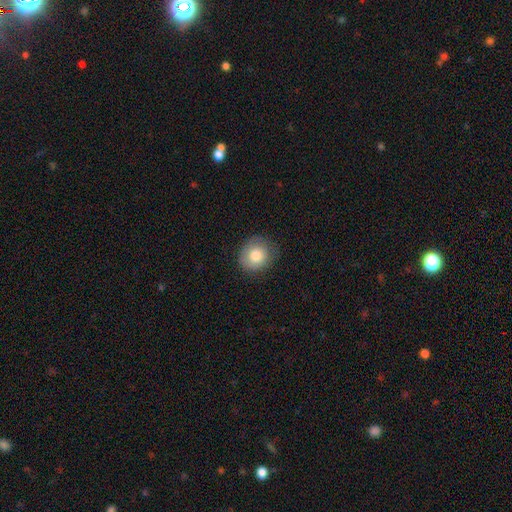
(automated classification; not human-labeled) The model was most divided on "merging": none: 78%, minor disturbance: 17%, major disturbance: 4%, merger: 1%. More confident: smooth or featured — smooth (80%); how rounded — round (80%).